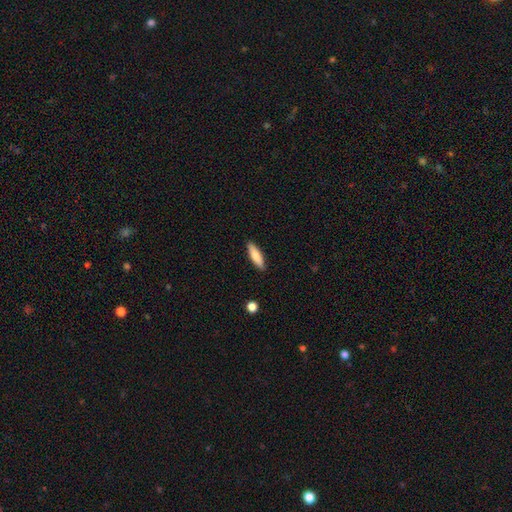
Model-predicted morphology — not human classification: Overall: smooth (76%). How rounded: cigar-shaped (62%; in between 36%). Merging: none (89%).